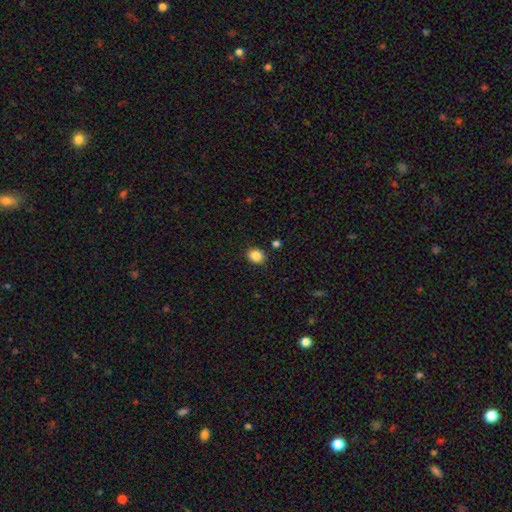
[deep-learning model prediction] Smooth or featured?
  - smooth: 86% *
  - star or artifact: 10%
  - featured or disk: 4%
How rounded?
  - round: 61% *
  - in between: 38%
  - cigar-shaped: 1%
Merging?
  - none: 87% *
  - minor disturbance: 8%
  - merger: 2%
  - major disturbance: 2%